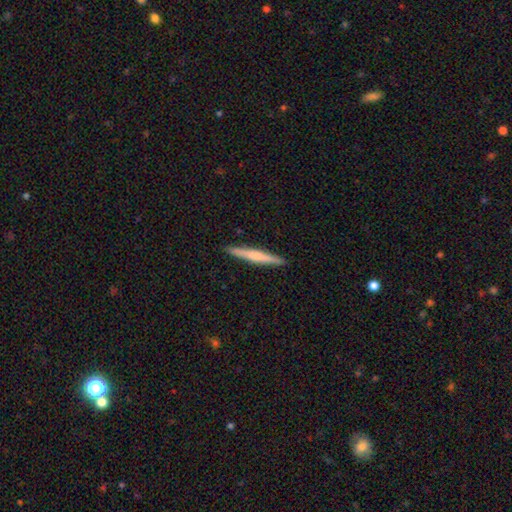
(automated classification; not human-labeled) Overall: smooth (49%; featured or disk 45%). Merging: none (92%).